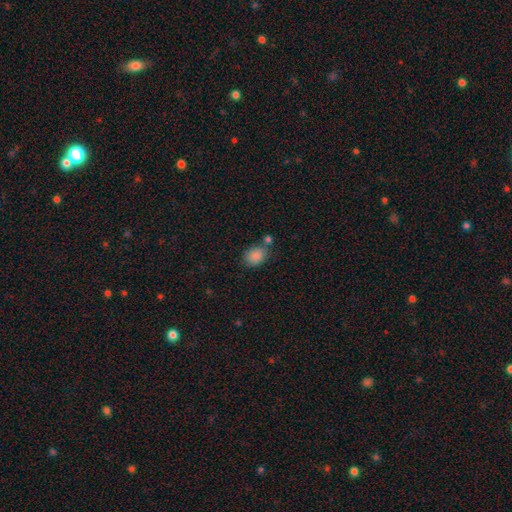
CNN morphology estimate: The model was most divided on "how rounded": in between: 69%, round: 30%, cigar-shaped: 1%. More confident: smooth or featured — smooth (87%); merging — none (66%).